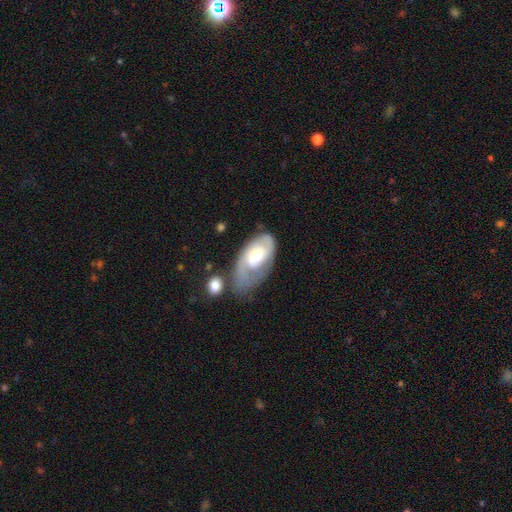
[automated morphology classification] Smooth or featured? Predicted: featured or disk (p=0.67). Edge-on disk? Predicted: no (p=0.94). Bar? Predicted: no (p=0.69). Spiral arms? Predicted: yes (p=0.82). Spiral winding? Predicted: tight (p=0.50). Spiral arm count? Predicted: 2 (p=0.51). Bulge size? Predicted: moderate (p=0.54). Merging? Predicted: none (p=0.45).